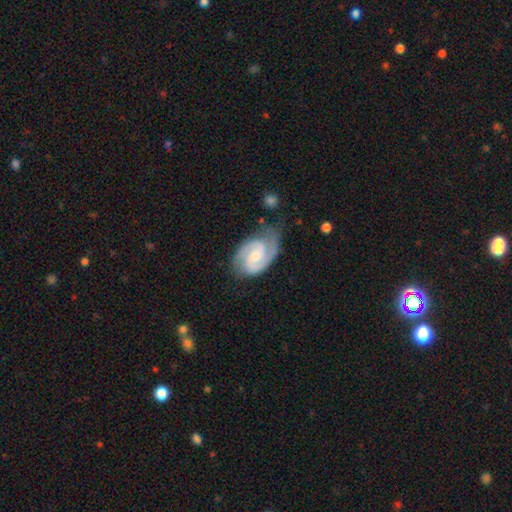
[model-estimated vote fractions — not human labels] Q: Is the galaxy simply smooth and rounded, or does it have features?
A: featured or disk — 89%.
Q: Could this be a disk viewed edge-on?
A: no — 98%.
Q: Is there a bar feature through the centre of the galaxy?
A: weak — 46%.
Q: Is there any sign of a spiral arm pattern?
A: yes — 98%.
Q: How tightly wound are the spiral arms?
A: medium — 47%.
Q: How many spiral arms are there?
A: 2 — 91%.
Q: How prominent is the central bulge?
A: moderate — 45%.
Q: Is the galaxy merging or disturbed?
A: none — 68%.